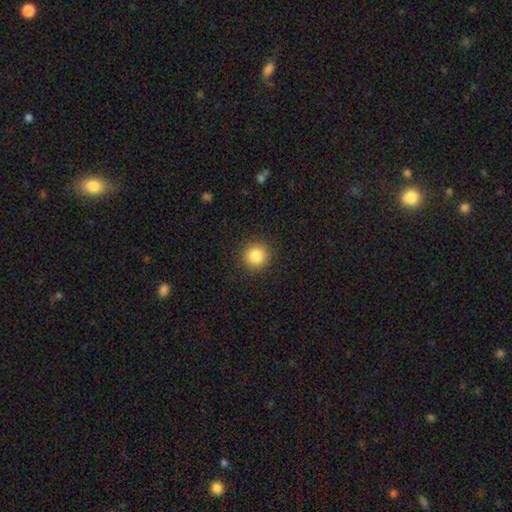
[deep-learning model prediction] A smooth galaxy with no disk features (85%) that is round (94%).

Vote fractions:
- Smooth or featured? smooth: 85% / star or artifact: 10% / featured or disk: 5%
- How rounded? round: 94% / in between: 5% / cigar-shaped: 1%
- Merging? none: 92% / minor disturbance: 5% / major disturbance: 2% / merger: 1%